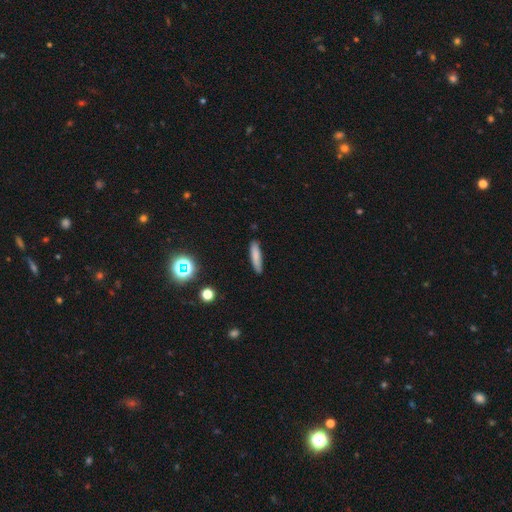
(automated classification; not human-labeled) Smooth or featured? smooth (78%)
How rounded? cigar-shaped (82%)
Merging? none (85%)